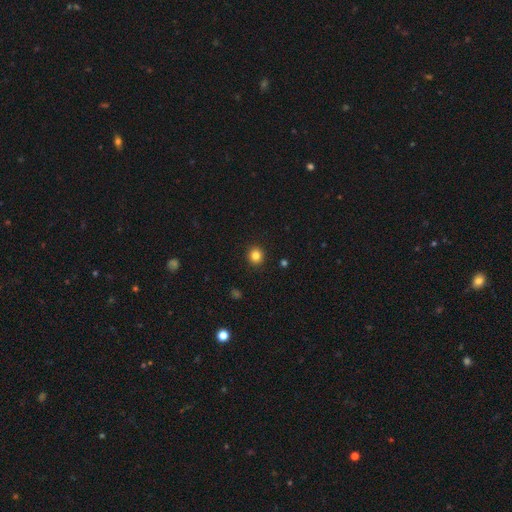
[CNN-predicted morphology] Smooth or featured?
  - smooth: 83% *
  - star or artifact: 12%
  - featured or disk: 5%
How rounded?
  - round: 90% *
  - in between: 9%
  - cigar-shaped: 1%
Merging?
  - none: 92% *
  - minor disturbance: 5%
  - major disturbance: 2%
  - merger: 1%